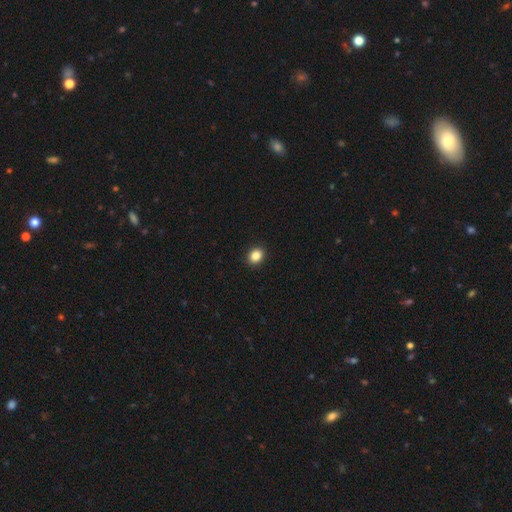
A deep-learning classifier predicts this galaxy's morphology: A smooth galaxy with no disk features (87%) that is round (51%). Merging: none (92%).